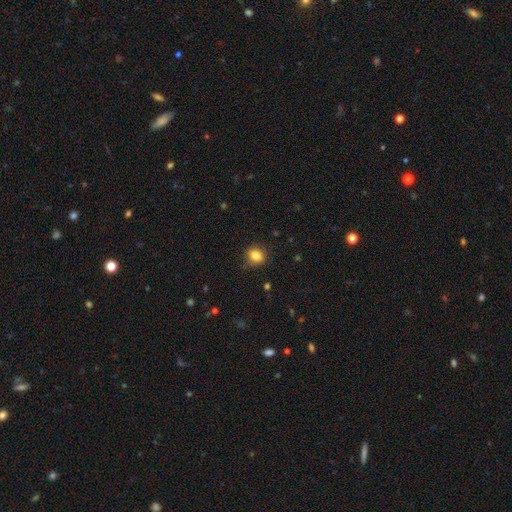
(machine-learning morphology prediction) Smooth or featured: smooth — 84% (star or artifact — 10%)
How rounded: round — 67% (in between — 32%)
Merging: none — 85% (minor disturbance — 11%)